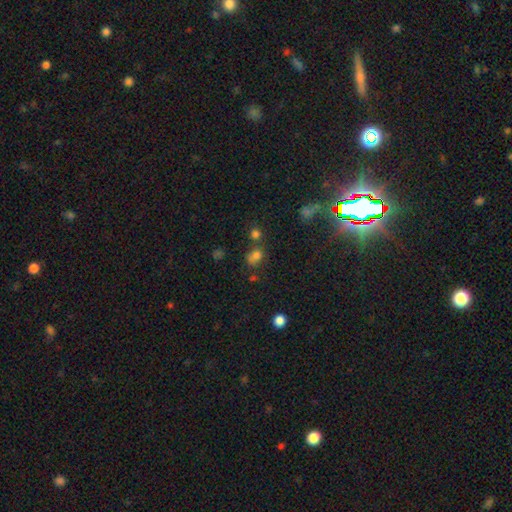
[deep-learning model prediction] Smooth or featured?
  - smooth: 69% *
  - star or artifact: 21%
  - featured or disk: 10%
How rounded?
  - round: 55% *
  - in between: 43%
  - cigar-shaped: 2%
Merging?
  - none: 51% *
  - merger: 24%
  - minor disturbance: 16%
  - major disturbance: 8%